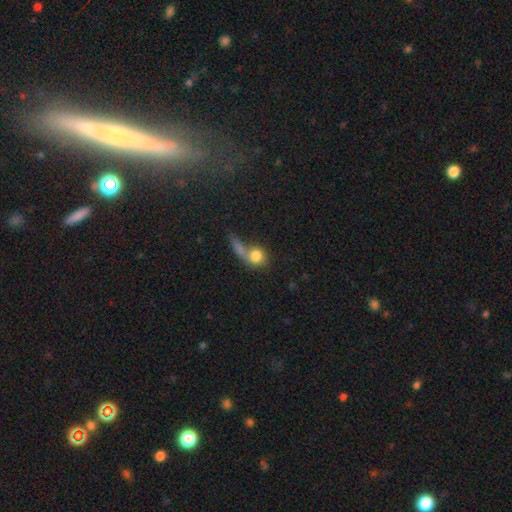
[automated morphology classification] smooth-or-featured: smooth: 74% | featured or disk: 16% | star or artifact: 10%
  how-rounded: round: 71% | in between: 24% | cigar-shaped: 5%
  merging: merger: 38% | none: 29% | major disturbance: 21% | minor disturbance: 12%